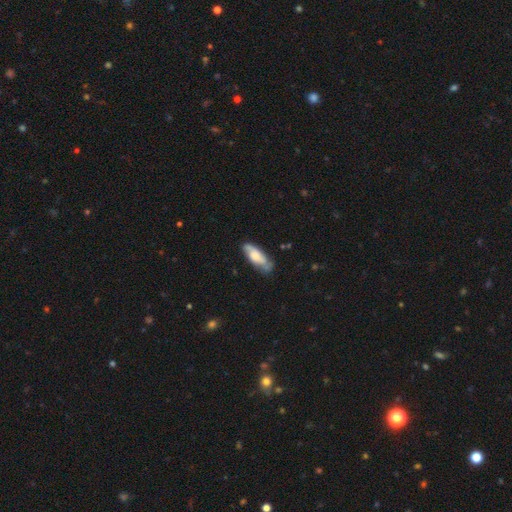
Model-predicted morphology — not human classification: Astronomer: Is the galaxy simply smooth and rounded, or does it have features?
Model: smooth — 56% (runner-up: featured or disk, 37%).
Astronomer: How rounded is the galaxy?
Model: in between — 65%.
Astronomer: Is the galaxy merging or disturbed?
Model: none — 67%.